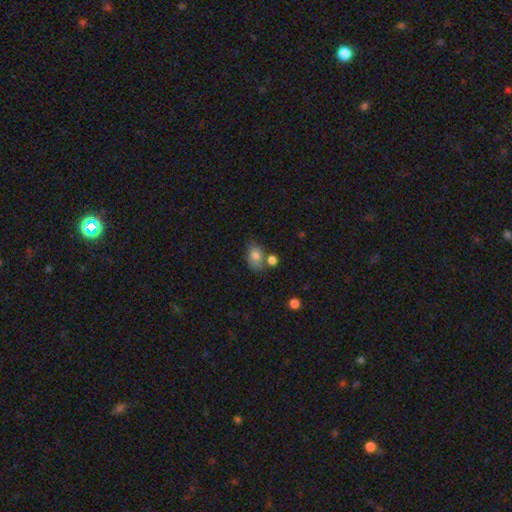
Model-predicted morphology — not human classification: Smooth or featured?
  - smooth: 80% *
  - featured or disk: 11%
  - star or artifact: 10%
How rounded?
  - in between: 76% *
  - round: 22%
  - cigar-shaped: 2%
Merging?
  - none: 55% *
  - merger: 21%
  - minor disturbance: 18%
  - major disturbance: 6%